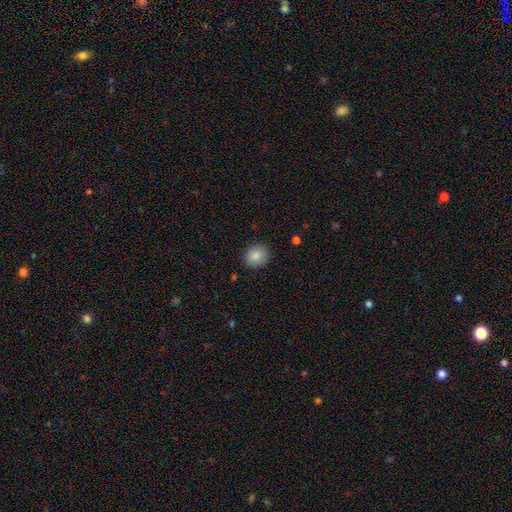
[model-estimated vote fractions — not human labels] A smooth galaxy with no disk features (86%) that is round (71%). Merging: none (87%).